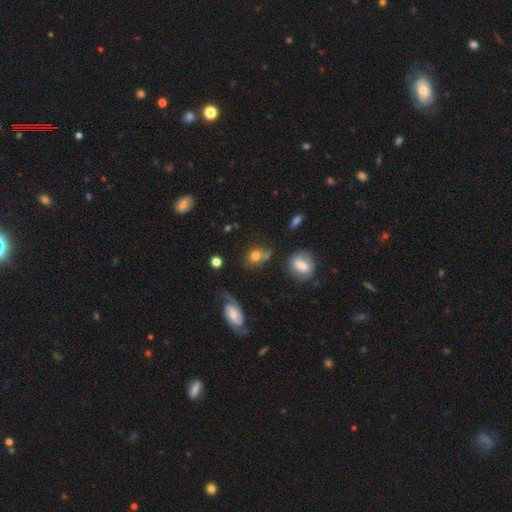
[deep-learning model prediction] Smooth or featured: smooth — 68% (featured or disk — 19%)
How rounded: round — 54% (in between — 44%)
Merging: none — 49% (minor disturbance — 23%)